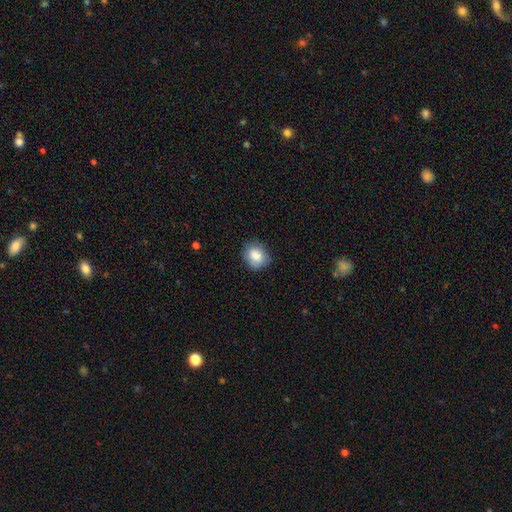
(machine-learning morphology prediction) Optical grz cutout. It shows a smooth galaxy with no disk features (84%) that is round (55%). Merging: none (76%).